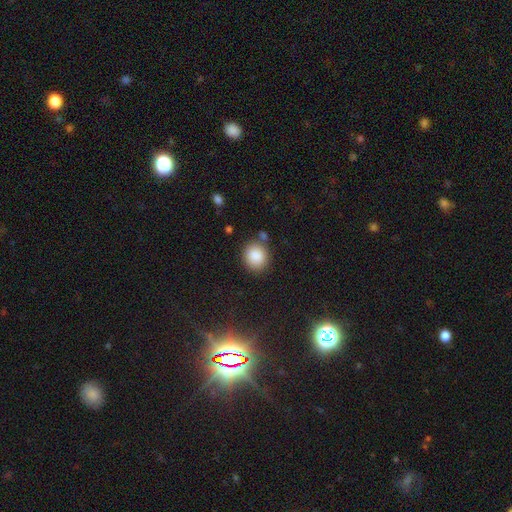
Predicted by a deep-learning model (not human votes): The model was most divided on "how rounded": round: 82%, in between: 17%, cigar-shaped: 1%. More confident: smooth or featured — smooth (87%); merging — none (78%).